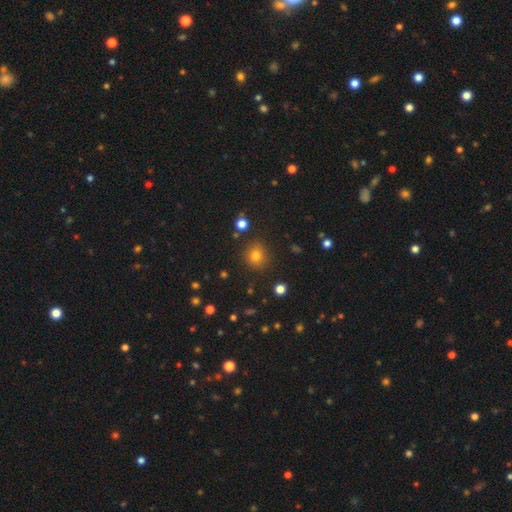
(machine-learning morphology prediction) This is likely a smooth galaxy (78%). How rounded: clearly round (87%). Merging: clearly none (86%).